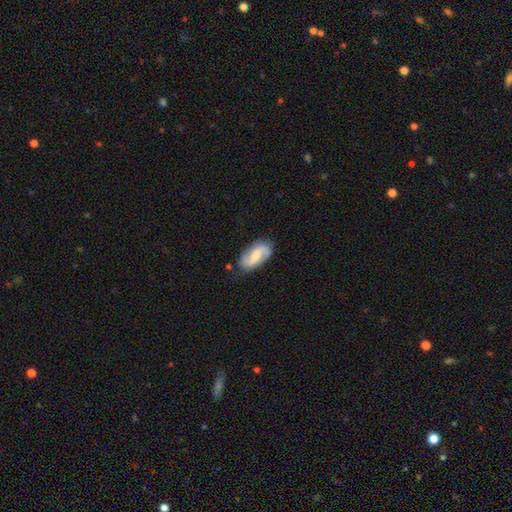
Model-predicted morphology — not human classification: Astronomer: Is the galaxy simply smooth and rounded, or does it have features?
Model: featured or disk — 71%.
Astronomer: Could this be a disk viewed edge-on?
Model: no — 96%.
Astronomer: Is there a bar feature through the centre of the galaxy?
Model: weak — 47% (runner-up: no, 37%).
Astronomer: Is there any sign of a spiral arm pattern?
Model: yes — 95%.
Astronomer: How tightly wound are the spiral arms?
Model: loose — 51% (runner-up: medium, 36%).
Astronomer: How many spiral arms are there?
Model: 2 — 91%.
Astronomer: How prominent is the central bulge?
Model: moderate — 42% (runner-up: small, 34%).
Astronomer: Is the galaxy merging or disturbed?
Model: none — 77%.